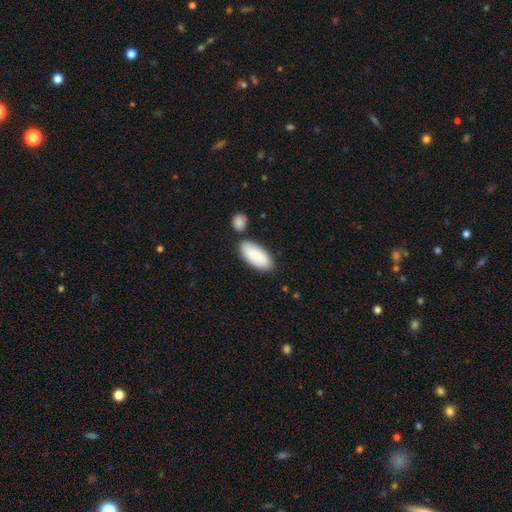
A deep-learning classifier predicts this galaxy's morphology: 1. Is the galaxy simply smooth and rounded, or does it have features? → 87% smooth, 7% featured or disk, 6% star or artifact.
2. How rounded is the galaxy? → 89% in between, 9% cigar-shaped, 2% round.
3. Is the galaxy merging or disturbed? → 73% none, 13% minor disturbance, 11% merger, 3% major disturbance.